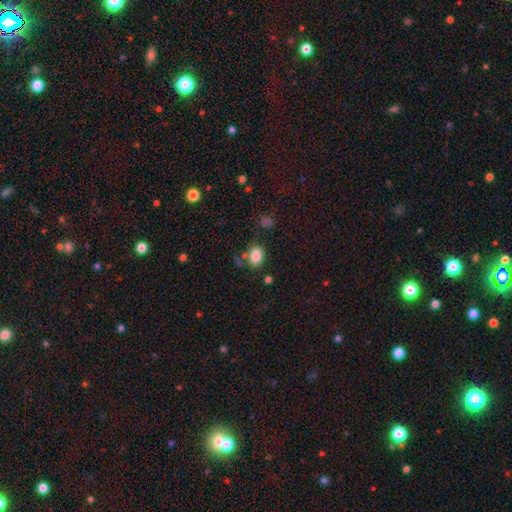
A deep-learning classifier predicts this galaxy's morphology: smooth-or-featured: smooth: 85% | star or artifact: 10% | featured or disk: 5%
  how-rounded: in between: 68% | round: 31% | cigar-shaped: 1%
  merging: none: 71% | minor disturbance: 15% | merger: 8% | major disturbance: 5%